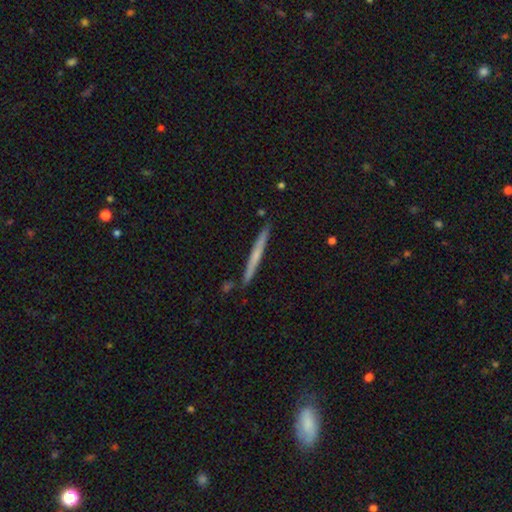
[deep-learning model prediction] This is possibly a smooth galaxy (47%, tied with featured or disk). Merging: clearly none (89%).